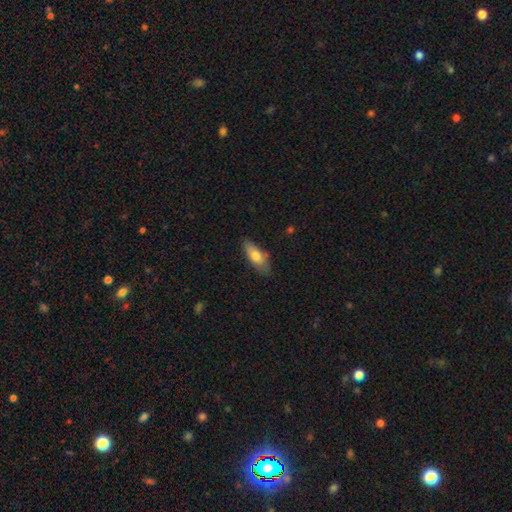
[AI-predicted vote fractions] This is likely a smooth galaxy (71%). How rounded: likely in between (72%). Merging: likely none (73%).